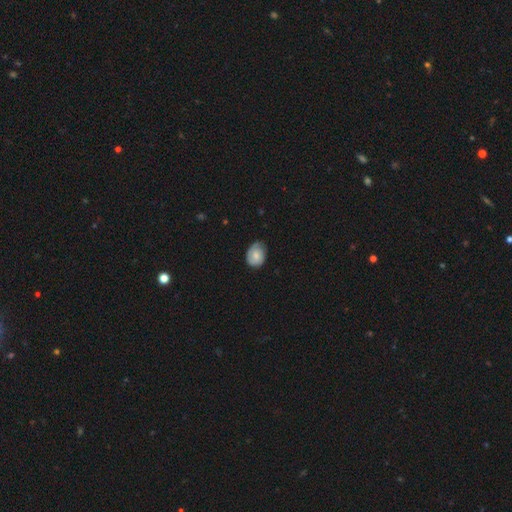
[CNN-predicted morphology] Overall: smooth (59%; featured or disk 34%). How rounded: in between (58%; round 41%). Merging: none (61%; minor disturbance 31%).